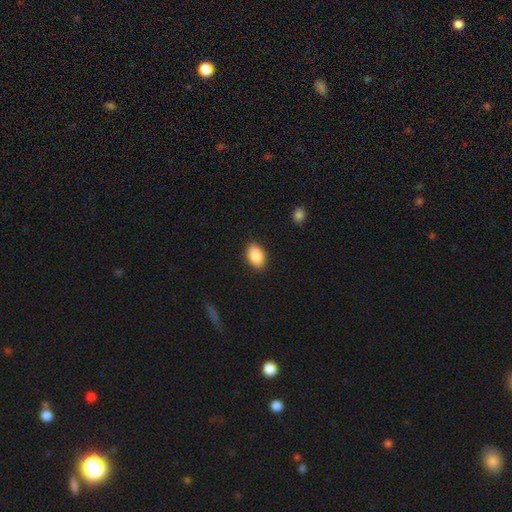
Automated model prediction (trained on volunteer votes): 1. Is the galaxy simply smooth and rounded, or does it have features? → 89% smooth, 7% star or artifact, 4% featured or disk.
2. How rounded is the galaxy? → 89% in between, 9% round, 1% cigar-shaped.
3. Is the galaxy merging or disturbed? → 89% none, 8% minor disturbance, 2% major disturbance, 1% merger.